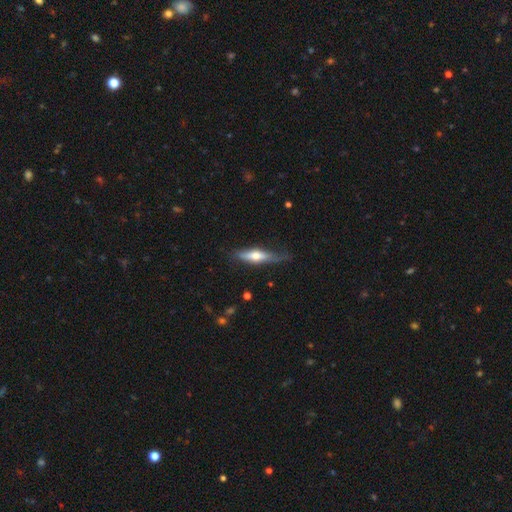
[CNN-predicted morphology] type=smooth (48%); merging=none (58%).